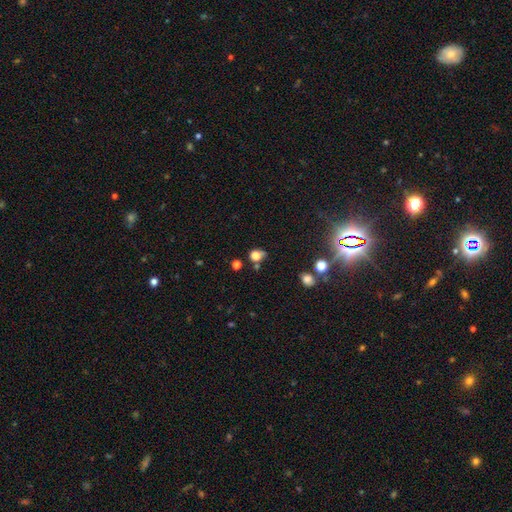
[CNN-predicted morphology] smooth 76%, star or artifact 15%, featured or disk 9%. Down the decision tree: how rounded — round (66%); merging — none (50%).